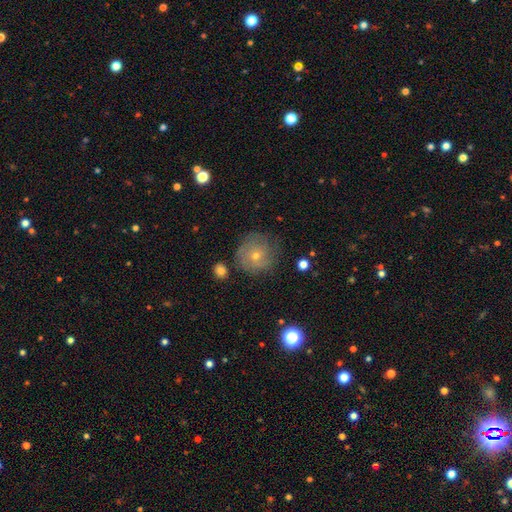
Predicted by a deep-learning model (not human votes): The model was most divided on "smooth or featured": featured or disk: 53%, smooth: 33%, star or artifact: 14%. More confident: edge-on disk — no (97%); bar — no (84%); merging — none (78%); spiral arms — yes (78%); bulge size — small (67%).